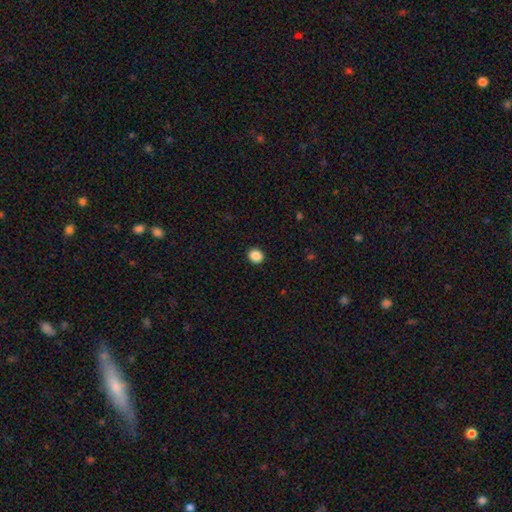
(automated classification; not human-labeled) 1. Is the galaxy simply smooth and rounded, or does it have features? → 88% smooth, 10% star or artifact, 3% featured or disk.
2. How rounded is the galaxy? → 81% round, 18% in between, 1% cigar-shaped.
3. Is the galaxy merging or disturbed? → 93% none, 5% minor disturbance, 2% major disturbance, 1% merger.